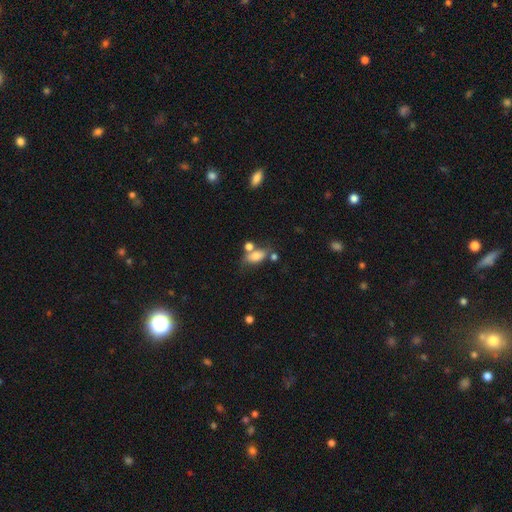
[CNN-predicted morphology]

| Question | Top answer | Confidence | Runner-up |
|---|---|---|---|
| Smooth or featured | smooth | 71% | featured or disk (19%) |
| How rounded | in between | 84% | round (10%) |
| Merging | none | 44% | merger (29%) |